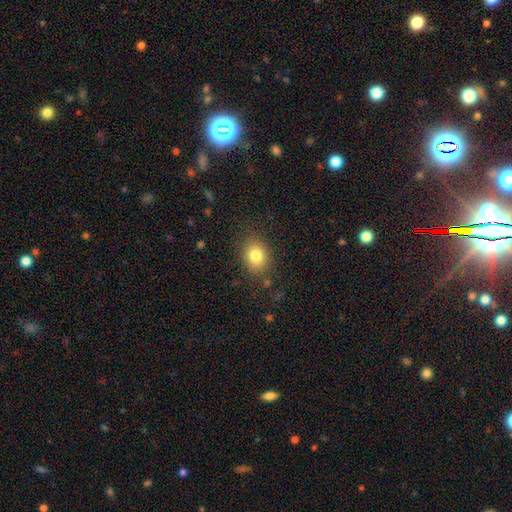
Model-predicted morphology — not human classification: smooth-or-featured: smooth: 81% | star or artifact: 10% | featured or disk: 9%
  how-rounded: in between: 52% | round: 47% | cigar-shaped: 1%
  merging: none: 83% | minor disturbance: 11% | major disturbance: 4% | merger: 2%